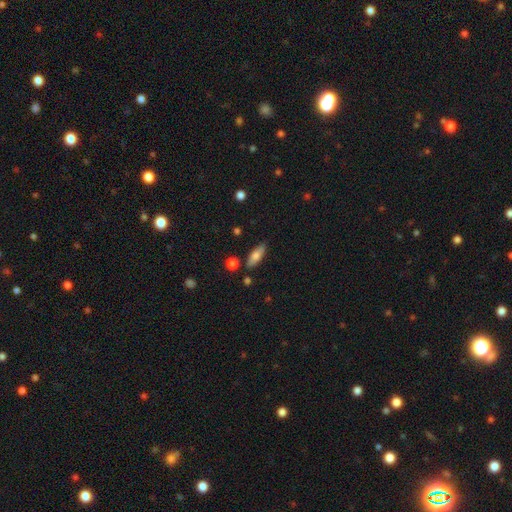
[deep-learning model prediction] Morphology: type=smooth (69%); roundness=in between (62%); merging=none (81%).